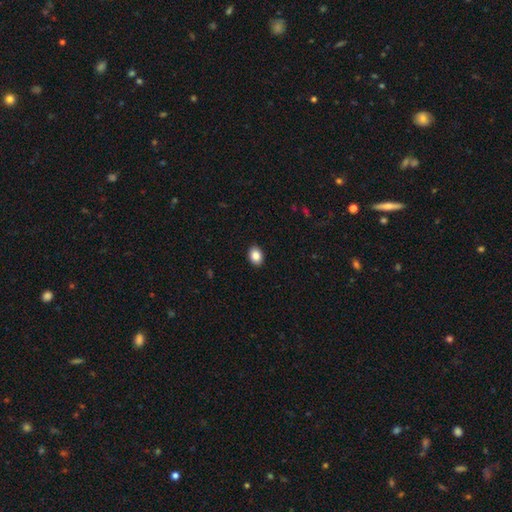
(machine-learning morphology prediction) This is clearly a smooth galaxy (87%). How rounded: likely in between (70%). Merging: clearly none (90%).